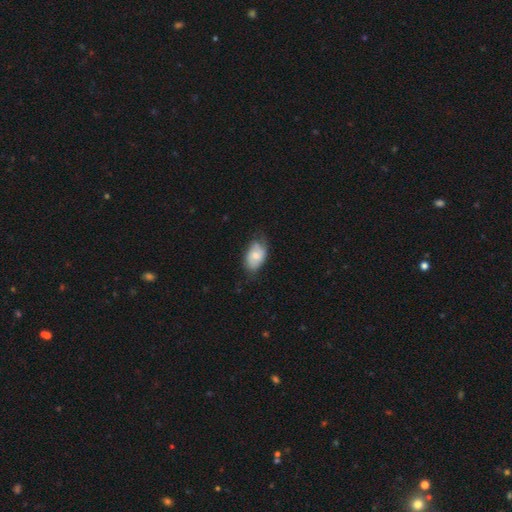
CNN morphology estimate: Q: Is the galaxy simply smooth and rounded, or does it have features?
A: smooth — 66%.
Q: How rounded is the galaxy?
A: in between — 91%.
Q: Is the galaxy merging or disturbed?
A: none — 58%.